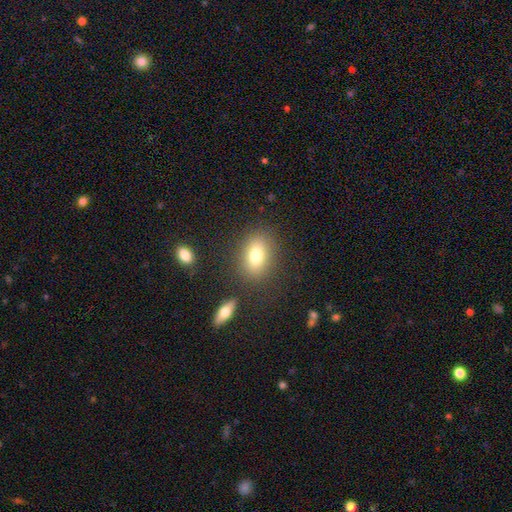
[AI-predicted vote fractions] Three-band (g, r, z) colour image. It shows a smooth galaxy with no disk features (76%) that is in between round and cigar-shaped (74%). Merging: none (81%).